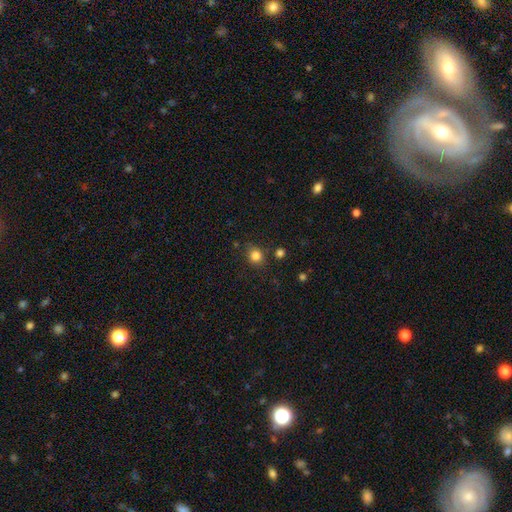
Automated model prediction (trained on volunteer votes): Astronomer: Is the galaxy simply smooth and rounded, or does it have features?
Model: smooth — 83%.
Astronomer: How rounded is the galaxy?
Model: round — 77%.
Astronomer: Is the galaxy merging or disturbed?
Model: none — 82%.